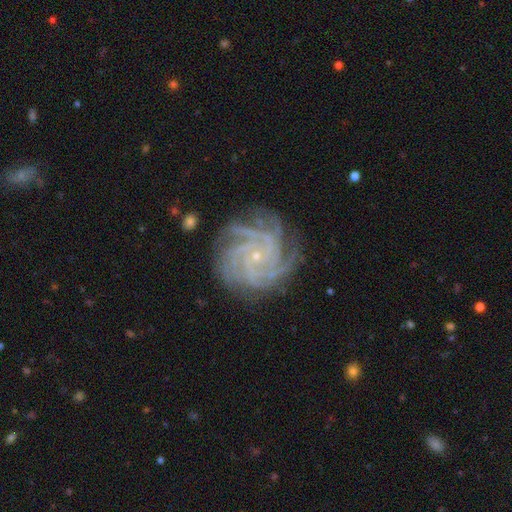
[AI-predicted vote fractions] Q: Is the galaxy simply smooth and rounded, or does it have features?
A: featured or disk — 90%.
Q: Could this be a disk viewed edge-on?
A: no — 98%.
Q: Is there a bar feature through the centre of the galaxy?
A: no — 74%.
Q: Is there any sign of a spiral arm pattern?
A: yes — 99%.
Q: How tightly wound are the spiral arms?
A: tight — 73%.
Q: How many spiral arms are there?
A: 4 — 34%.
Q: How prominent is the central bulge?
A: small — 87%.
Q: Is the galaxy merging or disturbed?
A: none — 79%.